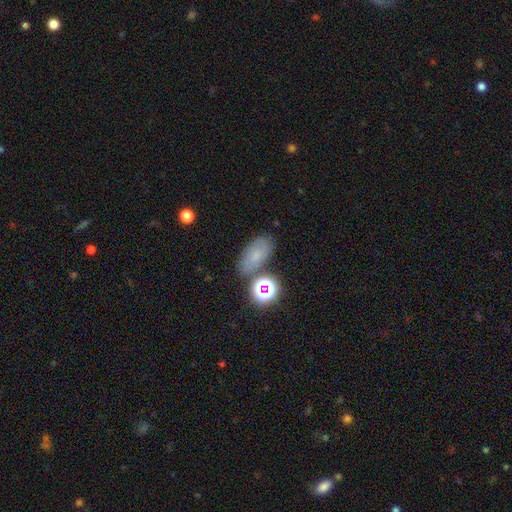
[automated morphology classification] Q: Smooth or featured?
A: smooth (53%); runner-up: star or artifact (24%)
Q: How rounded?
A: in between (82%); runner-up: round (14%)
Q: Merging?
A: none (68%); runner-up: minor disturbance (17%)